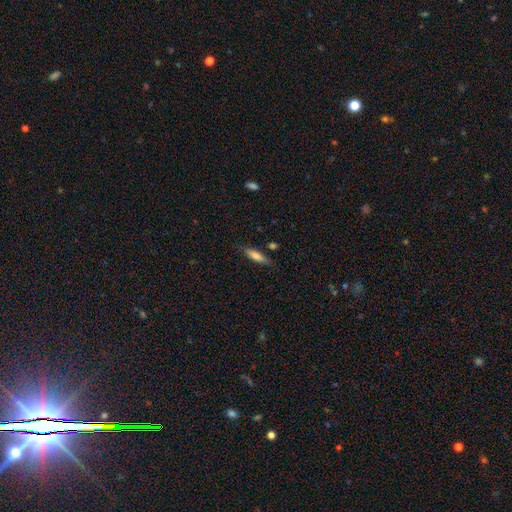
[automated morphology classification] A smooth galaxy with no disk features (71%) that is cigar-shaped (64%).

Vote fractions:
- Smooth or featured? smooth: 71% / featured or disk: 23% / star or artifact: 7%
- How rounded? cigar-shaped: 64% / in between: 34% / round: 2%
- Merging? none: 79% / minor disturbance: 15% / major disturbance: 3% / merger: 3%